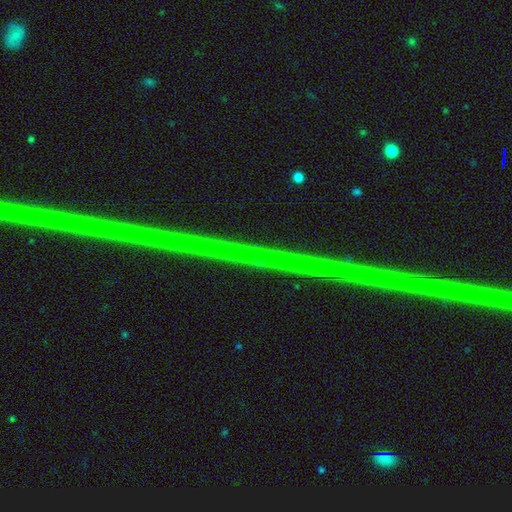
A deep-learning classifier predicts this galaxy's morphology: This appears to be a star or artifact, not a galaxy (88%).